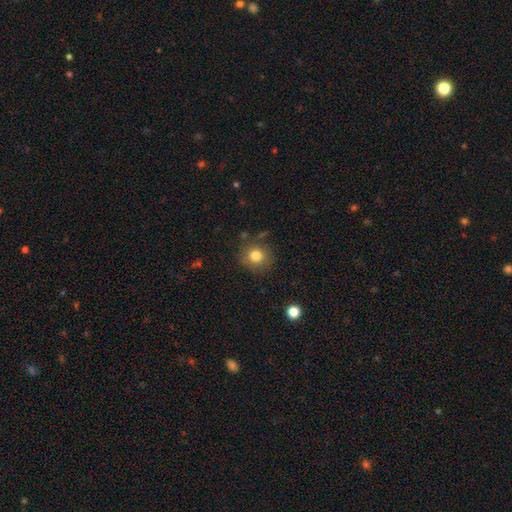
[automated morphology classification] Q: Smooth or featured?
A: smooth (81%); runner-up: star or artifact (11%)
Q: How rounded?
A: round (86%); runner-up: in between (13%)
Q: Merging?
A: none (82%); runner-up: minor disturbance (12%)